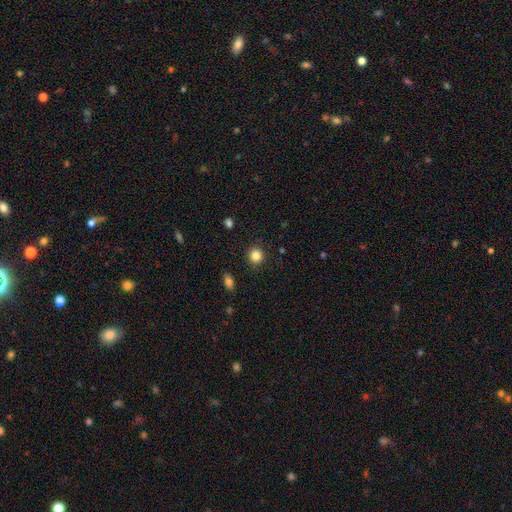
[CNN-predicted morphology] Smooth or featured? Predicted: smooth (p=0.84). How rounded? Predicted: round (p=0.91). Merging? Predicted: none (p=0.89).